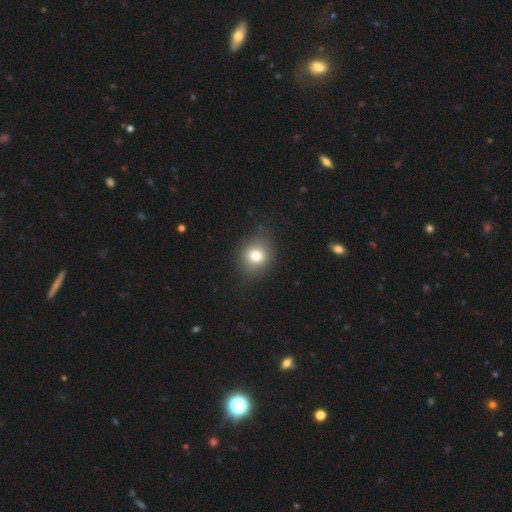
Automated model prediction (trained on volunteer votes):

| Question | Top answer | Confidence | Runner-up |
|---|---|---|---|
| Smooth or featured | smooth | 80% | star or artifact (11%) |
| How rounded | round | 69% | in between (30%) |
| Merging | none | 81% | minor disturbance (14%) |